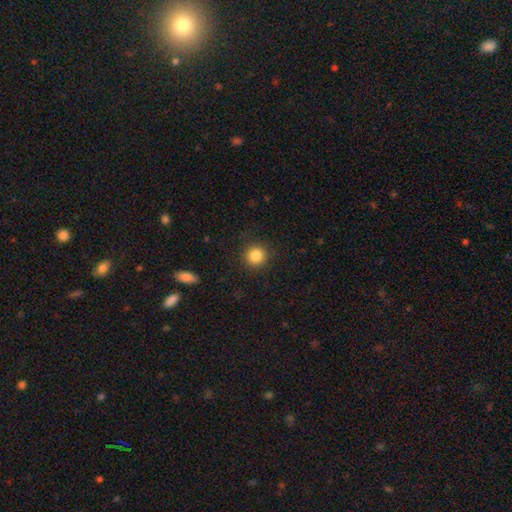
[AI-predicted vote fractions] Smooth or featured? Predicted: smooth (p=0.84). How rounded? Predicted: round (p=0.92). Merging? Predicted: none (p=0.91).